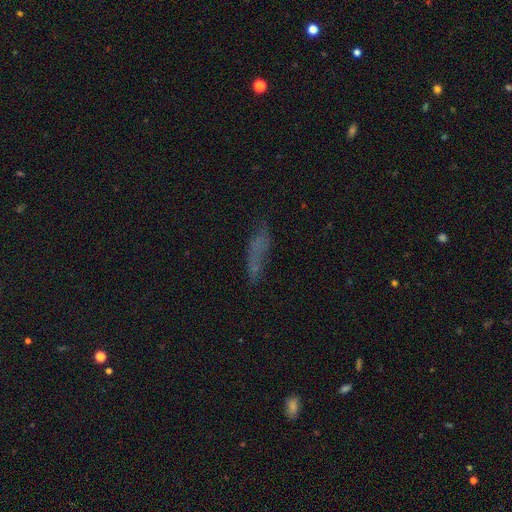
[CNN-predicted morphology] The model was most divided on "smooth or featured": smooth: 52%, featured or disk: 26%, star or artifact: 22%. More confident: merging — none (61%); how rounded — cigar-shaped (61%).